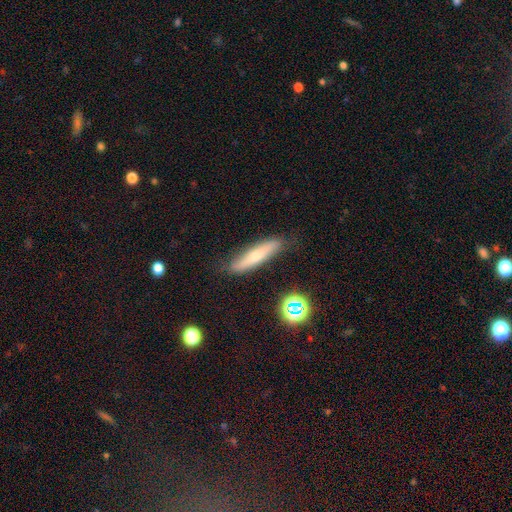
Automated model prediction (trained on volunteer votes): Smooth or featured? smooth (55%)
How rounded? cigar-shaped (84%)
Merging? none (79%)